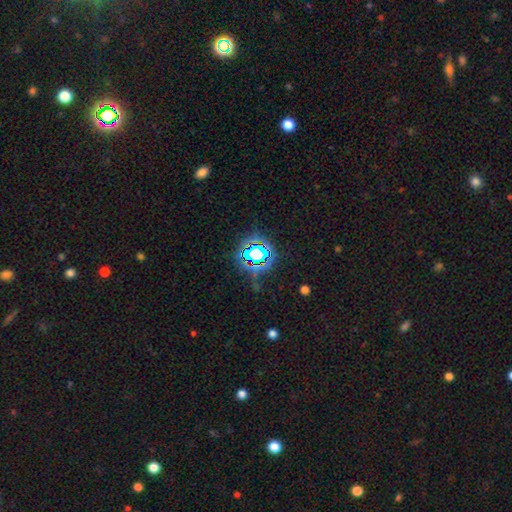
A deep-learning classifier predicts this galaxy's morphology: smooth_or_featured: star or artifact (p=0.69) [alt: smooth p=0.18]